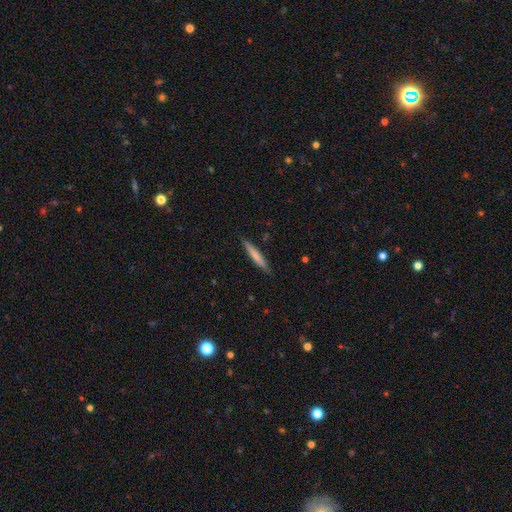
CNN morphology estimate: This is likely a smooth galaxy (66%). How rounded: clearly cigar-shaped (95%). Merging: clearly none (89%).